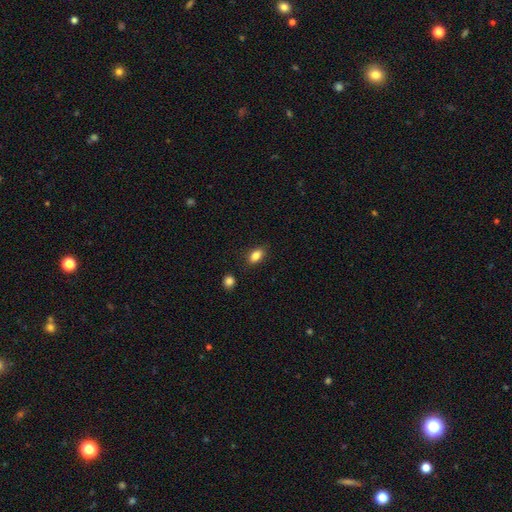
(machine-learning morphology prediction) type=smooth (85%); roundness=in between (86%); merging=none (84%).